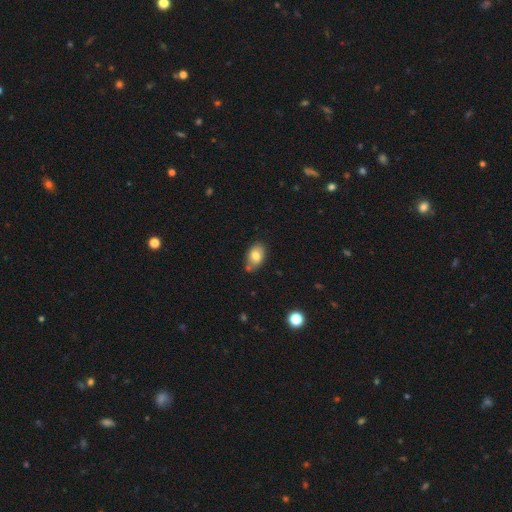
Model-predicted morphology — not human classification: A smooth galaxy with no disk features (78%) that is in between round and cigar-shaped (87%). Merging: none (68%).